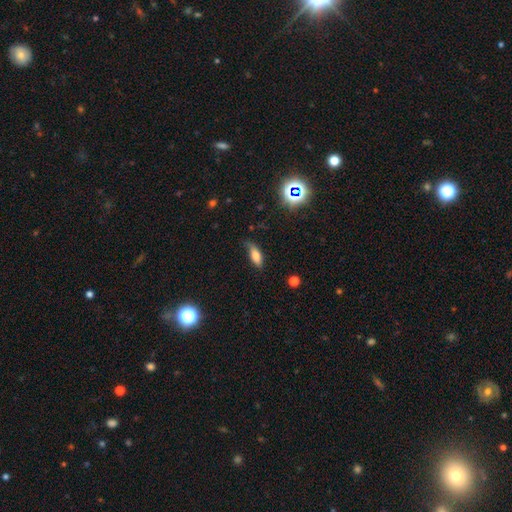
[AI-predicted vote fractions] Smooth or featured?
  - smooth: 72% *
  - featured or disk: 17%
  - star or artifact: 11%
How rounded?
  - in between: 72% *
  - cigar-shaped: 25%
  - round: 3%
Merging?
  - none: 54% *
  - minor disturbance: 33%
  - major disturbance: 11%
  - merger: 2%